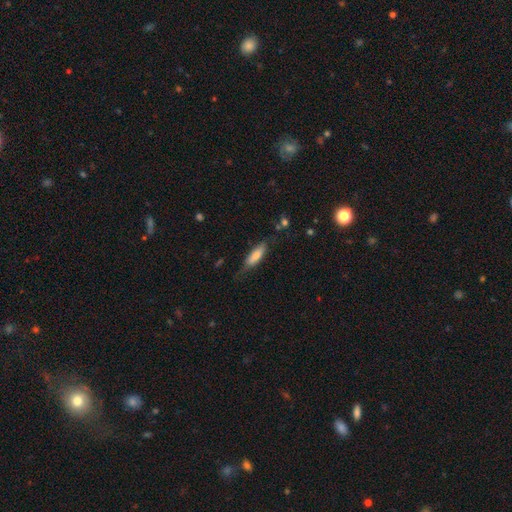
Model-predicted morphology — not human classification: Overall: smooth (71%). How rounded: cigar-shaped (52%; in between 46%). Merging: none (63%; minor disturbance 26%).